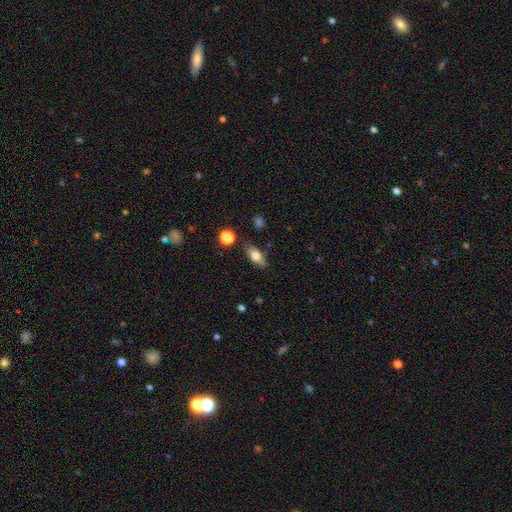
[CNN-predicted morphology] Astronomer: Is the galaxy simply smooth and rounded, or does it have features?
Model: smooth — 73%.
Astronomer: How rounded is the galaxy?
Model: in between — 79%.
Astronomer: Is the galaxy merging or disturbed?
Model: none — 81%.